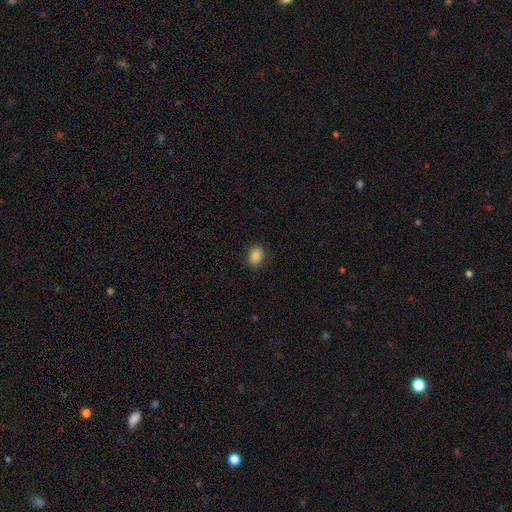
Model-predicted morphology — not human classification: The model was most divided on "how rounded": in between: 70%, round: 29%, cigar-shaped: 1%. More confident: merging — none (86%); smooth or featured — smooth (83%).